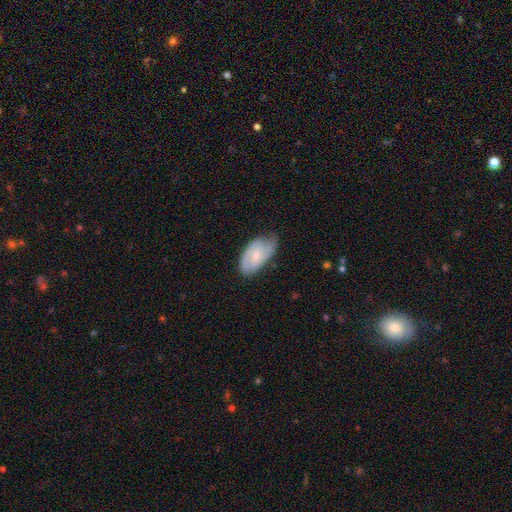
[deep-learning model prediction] Overall: featured or disk (55%; smooth 39%). Edge-on disk: no (94%). Bar: no (57%; weak 35%). Spiral arms: yes (81%). Bulge size: small (62%; moderate 34%). Merging: none (63%; minor disturbance 29%).